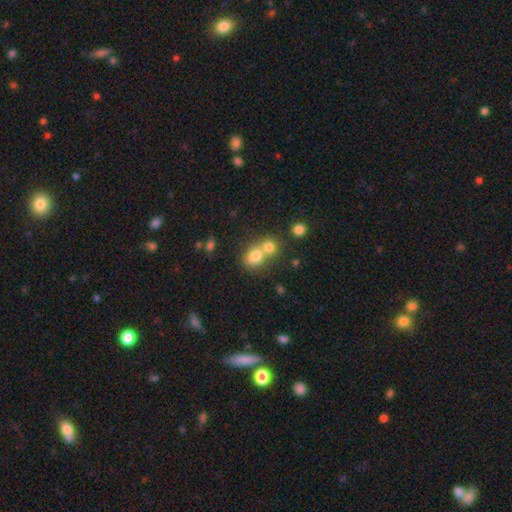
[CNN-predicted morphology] smooth_or_featured: smooth (p=0.76) [alt: featured or disk p=0.12]
how_rounded: round (p=0.56) [alt: in between p=0.42]
merging: merger (p=0.60) [alt: none p=0.30]